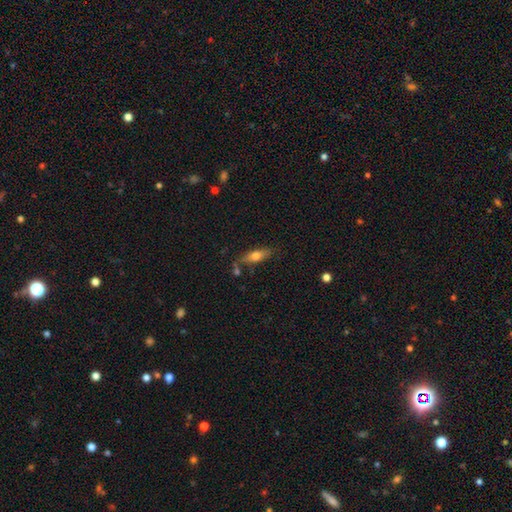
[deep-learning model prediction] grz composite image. It shows a smooth galaxy with no disk features (65%) that is in between round and cigar-shaped (57%). Merging: none (67%).